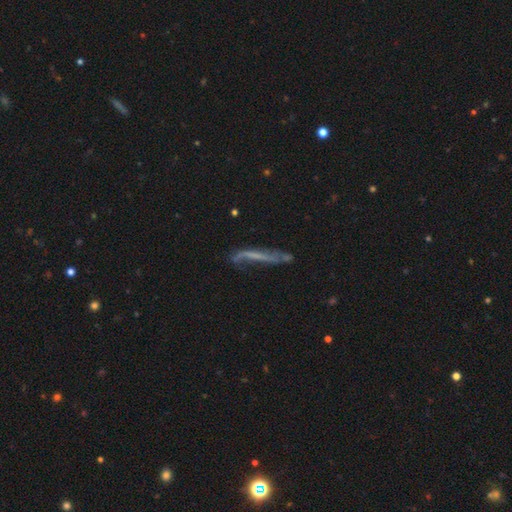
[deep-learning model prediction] Q: Smooth or featured?
A: featured or disk (58%); runner-up: smooth (32%)
Q: Edge-on disk?
A: no (51%); runner-up: yes (49%)
Q: Merging?
A: none (43%); runner-up: minor disturbance (26%)